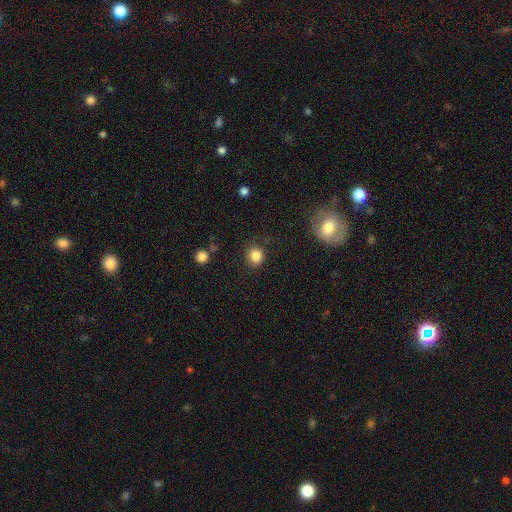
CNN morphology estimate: A smooth galaxy with no disk features (85%) that is round (84%).

Vote fractions:
- Smooth or featured? smooth: 85% / star or artifact: 10% / featured or disk: 5%
- How rounded? round: 84% / in between: 15% / cigar-shaped: 1%
- Merging? none: 83% / minor disturbance: 11% / major disturbance: 4% / merger: 2%